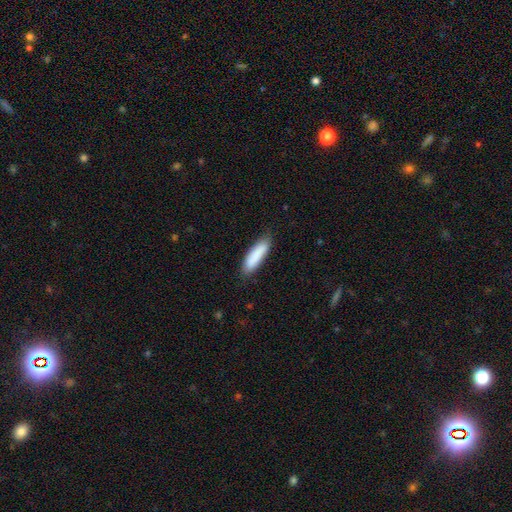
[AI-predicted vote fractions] Q: Smooth or featured?
A: smooth (86%); runner-up: featured or disk (8%)
Q: How rounded?
A: cigar-shaped (62%); runner-up: in between (37%)
Q: Merging?
A: none (80%); runner-up: minor disturbance (16%)